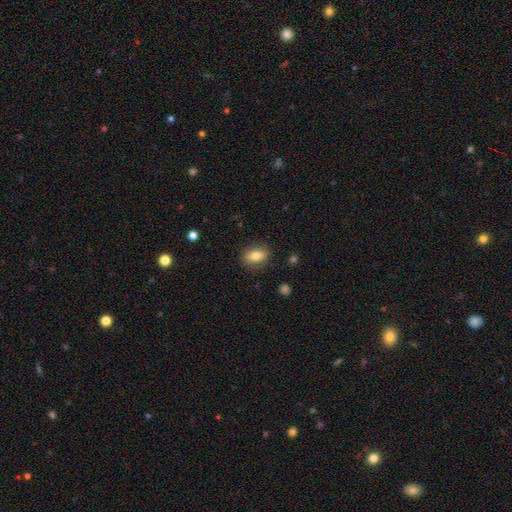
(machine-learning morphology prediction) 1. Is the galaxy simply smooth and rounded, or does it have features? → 78% smooth, 14% featured or disk, 8% star or artifact.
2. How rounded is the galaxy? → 80% in between, 15% round, 5% cigar-shaped.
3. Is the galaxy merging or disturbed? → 84% none, 12% minor disturbance, 3% major disturbance, 1% merger.